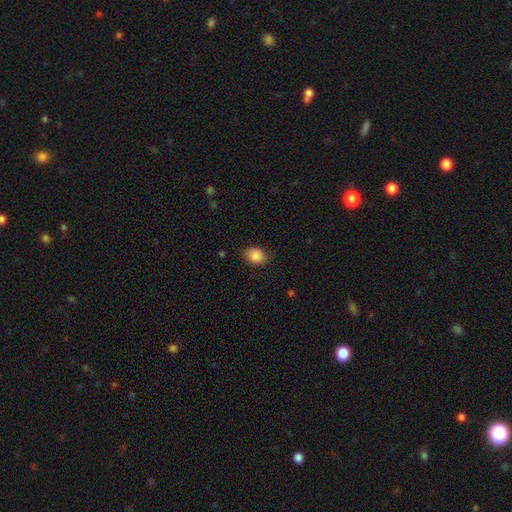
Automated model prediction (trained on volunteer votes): A smooth galaxy with no disk features (88%) that is in between round and cigar-shaped (63%). Merging: none (84%).